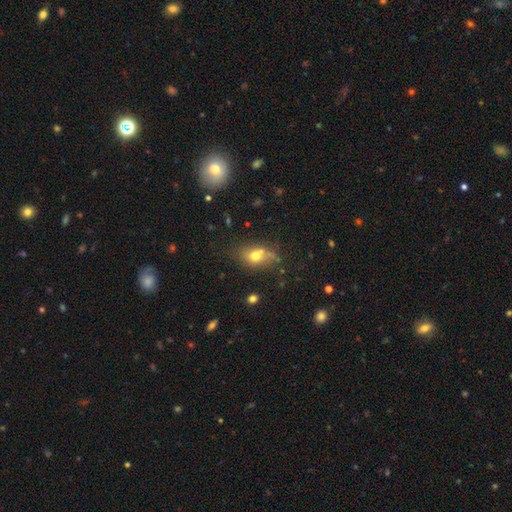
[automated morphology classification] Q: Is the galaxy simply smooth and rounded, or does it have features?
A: smooth — 69%.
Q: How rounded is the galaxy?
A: in between — 67%.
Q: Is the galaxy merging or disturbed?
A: none — 55%.